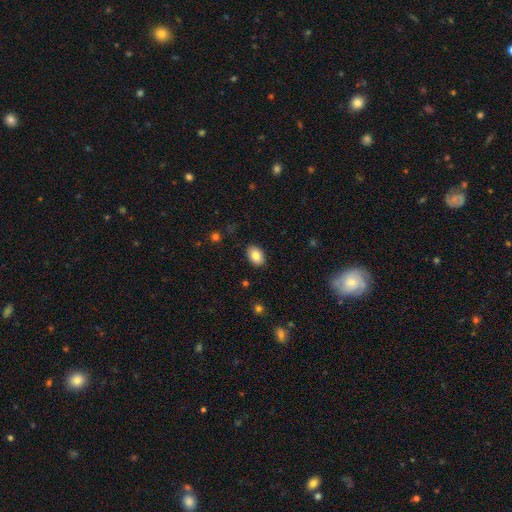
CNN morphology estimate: Q: Smooth or featured?
A: smooth (83%); runner-up: featured or disk (10%)
Q: How rounded?
A: in between (83%); runner-up: round (16%)
Q: Merging?
A: none (88%); runner-up: minor disturbance (9%)